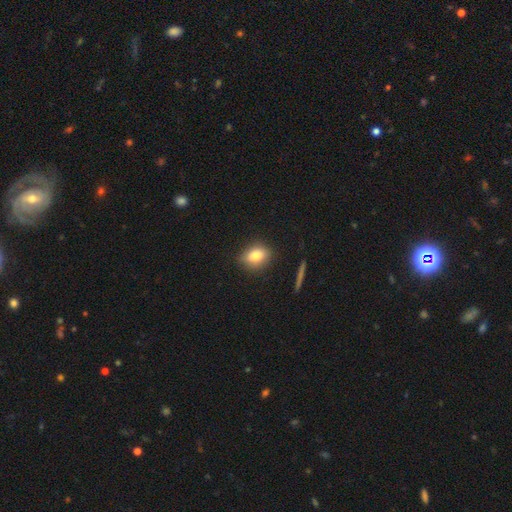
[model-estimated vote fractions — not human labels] The model was most divided on "how rounded": in between: 63%, round: 35%, cigar-shaped: 3%. More confident: merging — none (83%); smooth or featured — smooth (81%).